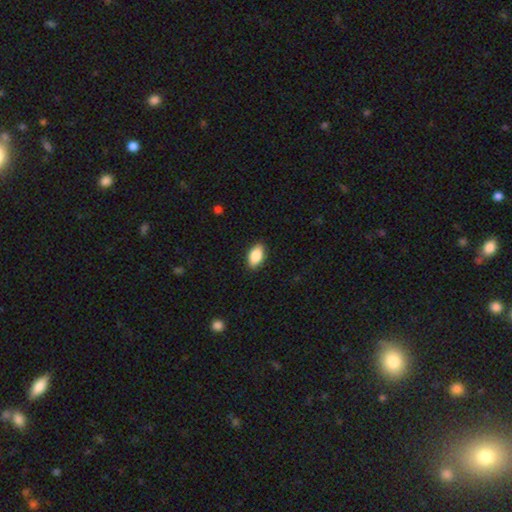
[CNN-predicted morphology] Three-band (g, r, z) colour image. It shows a smooth galaxy with no disk features (86%) that is in between round and cigar-shaped (92%). Merging: none (88%).